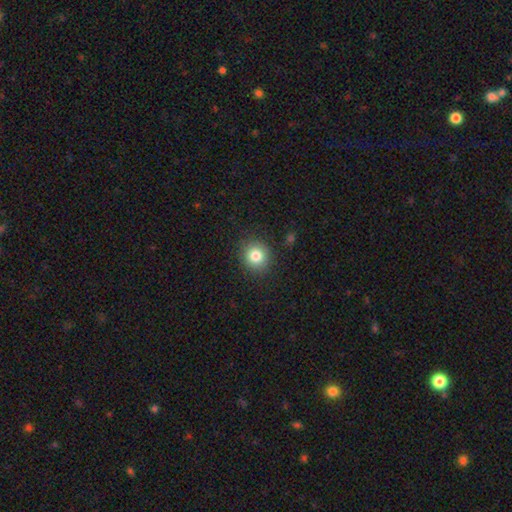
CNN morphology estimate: type=smooth (81%); roundness=round (87%); merging=none (89%).